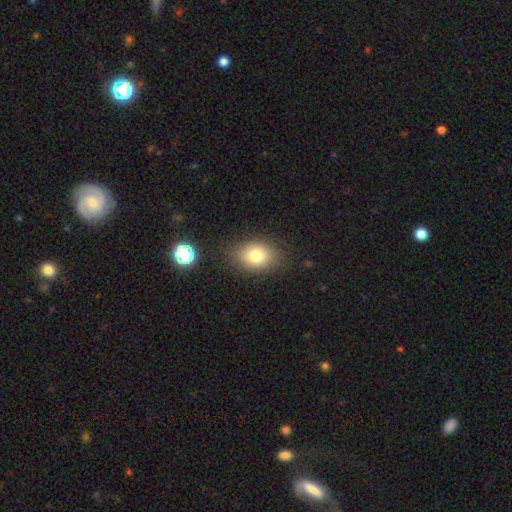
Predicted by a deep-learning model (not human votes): Smooth or featured? Predicted: smooth (p=0.79). How rounded? Predicted: in between (p=0.67). Merging? Predicted: none (p=0.81).